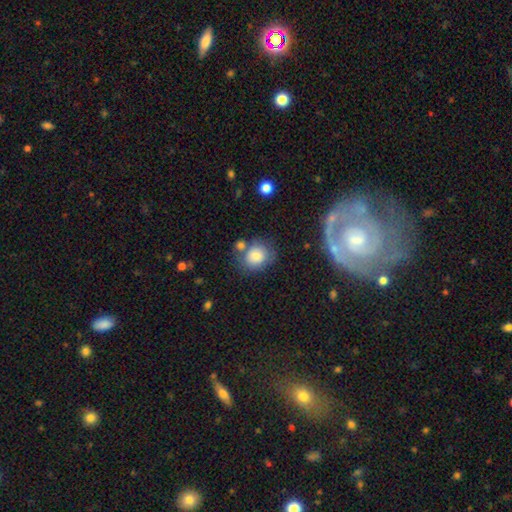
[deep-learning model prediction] smooth 79%, featured or disk 12%, star or artifact 9%. Down the decision tree: how rounded — round (74%); merging — none (63%).